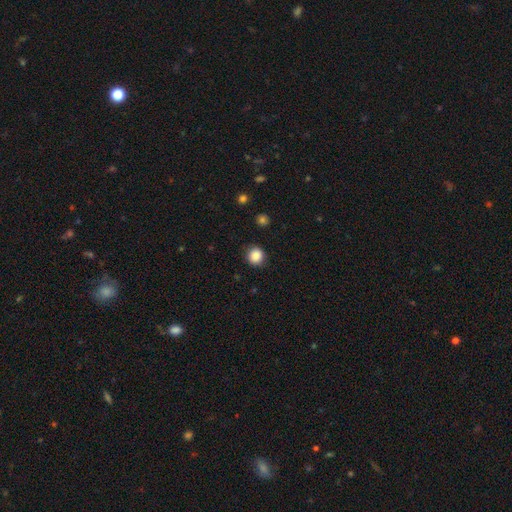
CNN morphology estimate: smooth-or-featured: smooth: 87% | star or artifact: 10% | featured or disk: 3%
  how-rounded: round: 92% | in between: 7% | cigar-shaped: 1%
  merging: none: 89% | minor disturbance: 7% | major disturbance: 2% | merger: 1%